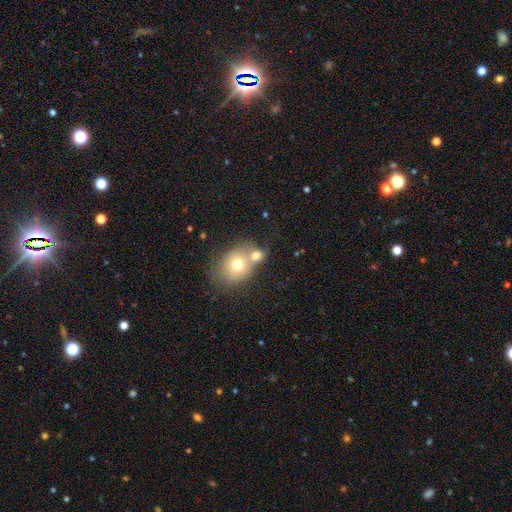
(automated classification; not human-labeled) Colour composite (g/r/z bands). It shows a smooth galaxy with no disk features (70%) that is round (59%). Merging: merger (56%).